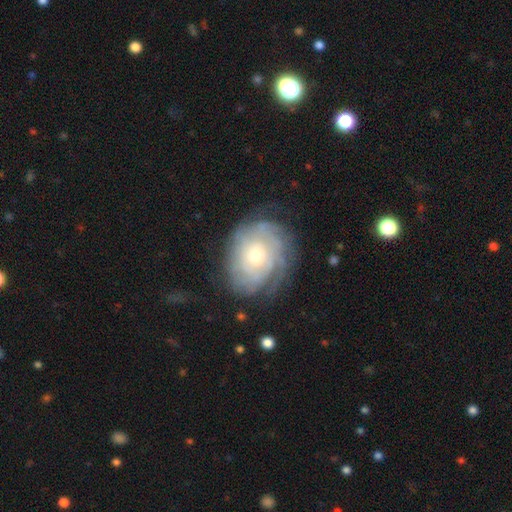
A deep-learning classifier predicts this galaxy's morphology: Smooth or featured: featured or disk — 73% (smooth — 20%)
Edge-on disk: no — 97% (yes — 3%)
Bar: no — 81% (weak — 16%)
Spiral arms: yes — 88% (no — 12%)
Spiral winding: tight — 72% (medium — 21%)
Spiral arm count: can't tell — 56% (2 — 12%)
Bulge size: moderate — 55% (small — 33%)
Merging: none — 68% (minor disturbance — 20%)